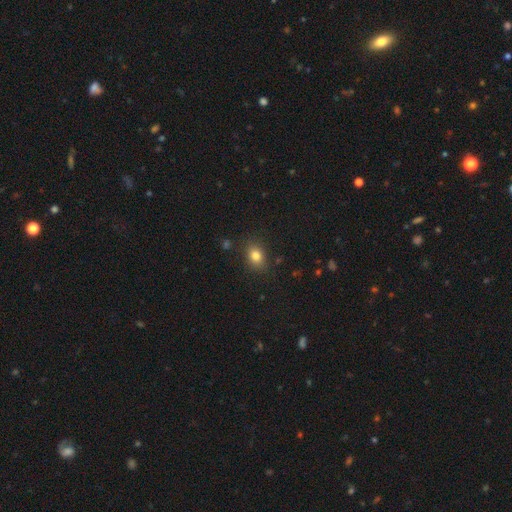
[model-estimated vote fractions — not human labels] Morphology: type=smooth (80%); roundness=in between (66%); merging=none (84%).